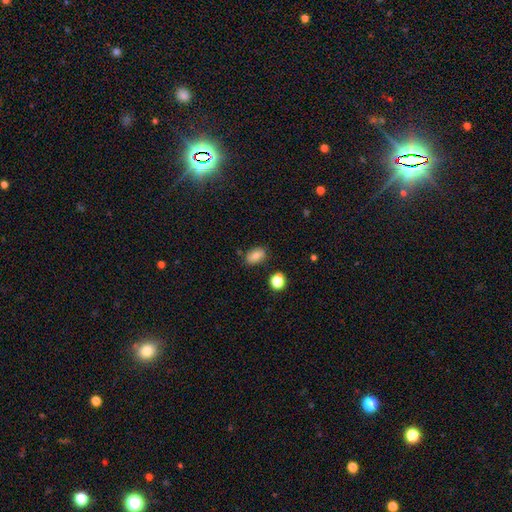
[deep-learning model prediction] A smooth galaxy with no disk features (77%) that is in between round and cigar-shaped (83%).

Vote fractions:
- Smooth or featured? smooth: 77% / featured or disk: 12% / star or artifact: 11%
- How rounded? in between: 83% / round: 15% / cigar-shaped: 2%
- Merging? none: 80% / minor disturbance: 13% / merger: 4% / major disturbance: 3%